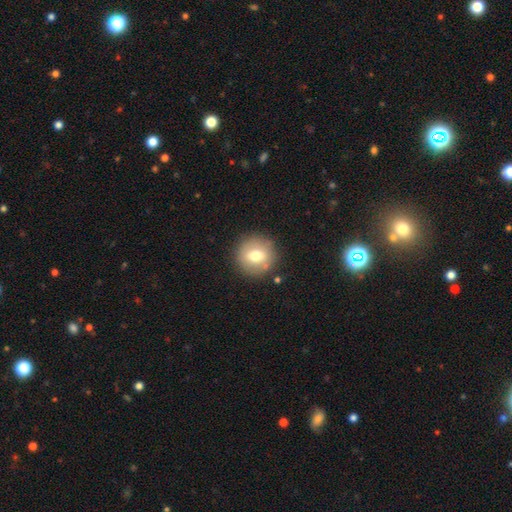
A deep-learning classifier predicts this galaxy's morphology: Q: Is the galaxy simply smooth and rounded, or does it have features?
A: smooth — 66%.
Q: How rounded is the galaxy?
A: round — 92%.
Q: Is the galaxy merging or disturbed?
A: none — 86%.